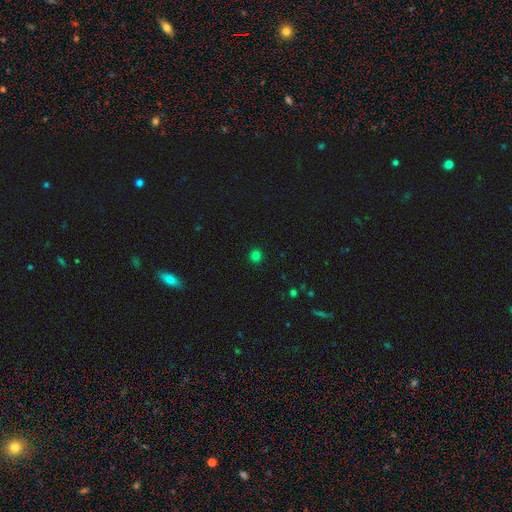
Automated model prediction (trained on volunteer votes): This appears to be a smooth galaxy with no disk features (79%) that is round (92%). Merging: none (91%).